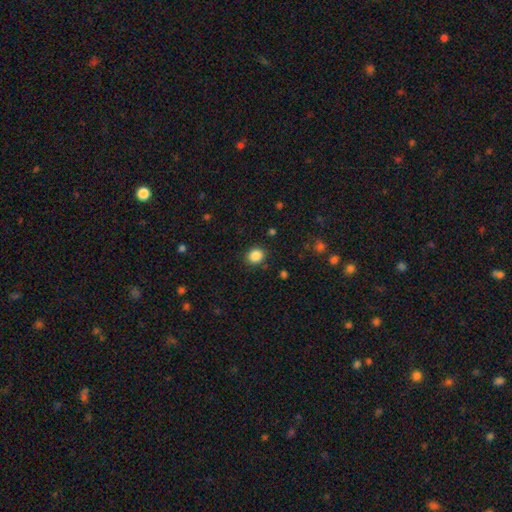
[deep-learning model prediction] Overall: smooth (86%). How rounded: round (76%). Merging: none (88%).